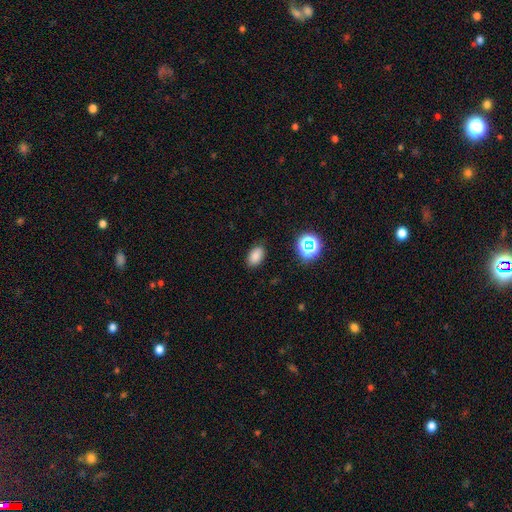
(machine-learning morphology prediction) Overall: smooth (81%). How rounded: in between (89%). Merging: none (84%).